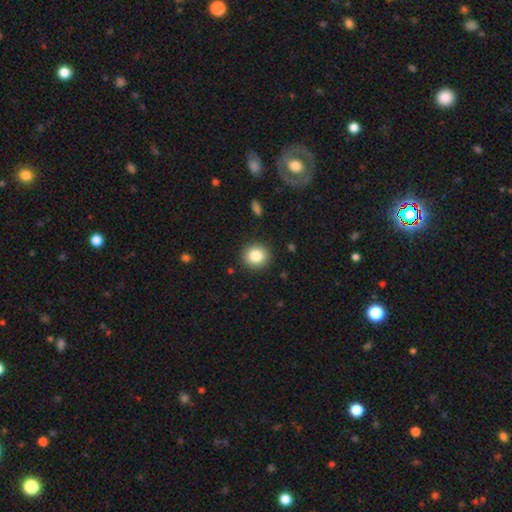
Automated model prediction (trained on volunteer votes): This is clearly a smooth galaxy (84%). How rounded: clearly round (89%). Merging: clearly none (90%).